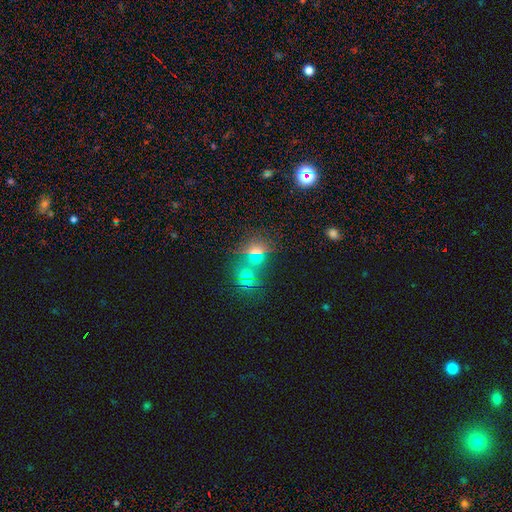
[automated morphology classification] Overall: smooth (52%; star or artifact 37%). How rounded: round (63%; in between 34%). Merging: none (55%; merger 29%).